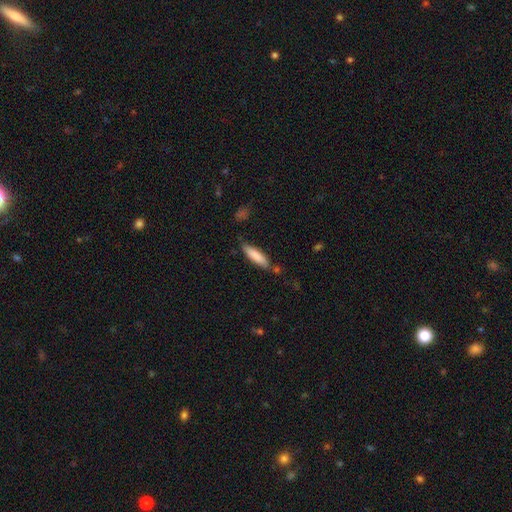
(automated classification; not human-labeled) Smooth or featured: smooth — 83% (featured or disk — 11%)
How rounded: cigar-shaped — 67% (in between — 31%)
Merging: none — 76% (minor disturbance — 16%)